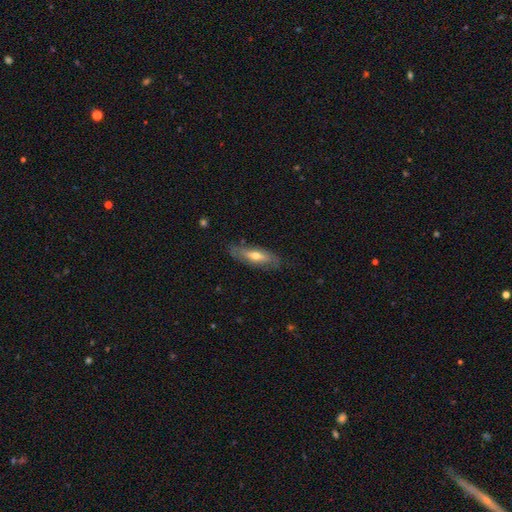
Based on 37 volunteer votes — Volunteers were most divided on "smooth or featured": smooth: 54%, featured or disk: 43%, star or artifact: 3%. More confident: merging — none (69%); how rounded — in between (60%).